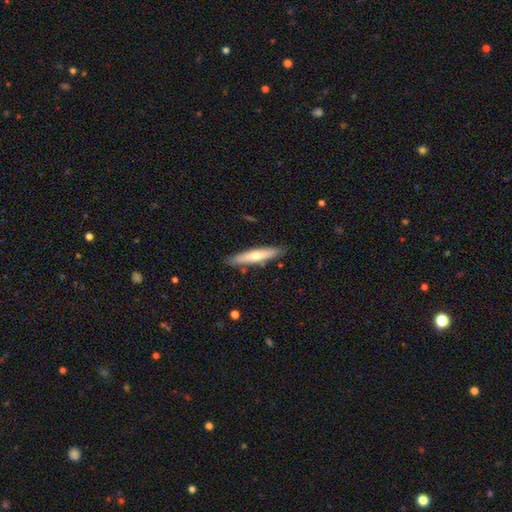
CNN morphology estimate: A smooth galaxy with no disk features (54%) that is cigar-shaped (87%).

Vote fractions:
- Smooth or featured? smooth: 54% / featured or disk: 40% / star or artifact: 6%
- How rounded? cigar-shaped: 87% / in between: 11% / round: 1%
- Merging? none: 87% / minor disturbance: 10% / merger: 2% / major disturbance: 2%